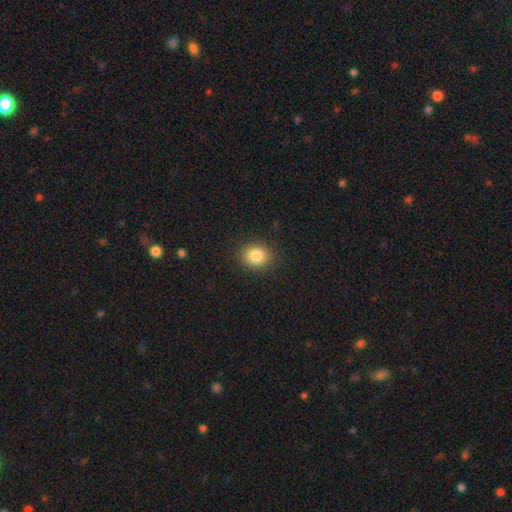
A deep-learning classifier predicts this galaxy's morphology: smooth-or-featured: smooth: 84% | star or artifact: 10% | featured or disk: 6%
  how-rounded: round: 67% | in between: 32% | cigar-shaped: 1%
  merging: none: 89% | minor disturbance: 8% | major disturbance: 3% | merger: 1%